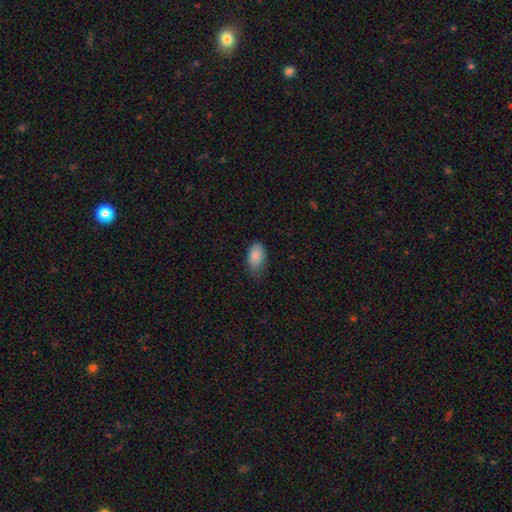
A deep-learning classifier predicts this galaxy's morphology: Smooth or featured? smooth (87%)
How rounded? in between (93%)
Merging? none (61%)